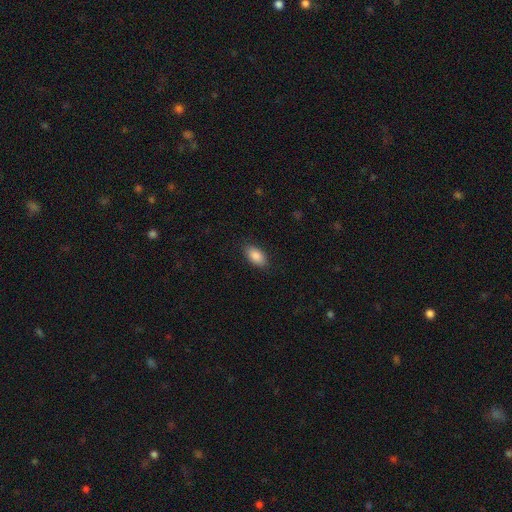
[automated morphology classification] This is clearly a smooth galaxy (88%). How rounded: clearly in between (93%). Merging: clearly none (87%).